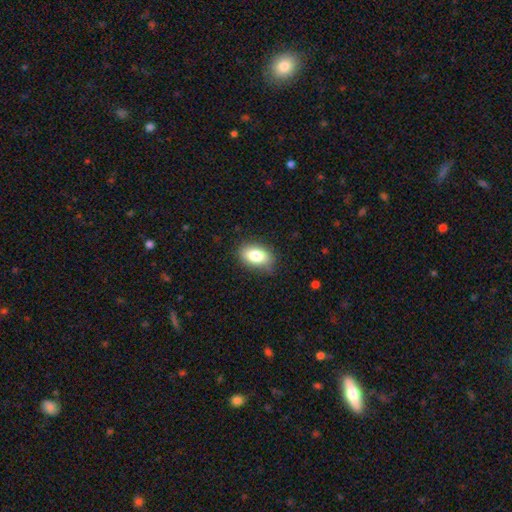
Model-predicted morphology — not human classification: A smooth galaxy with no disk features (82%) that is in between round and cigar-shaped (88%). Merging: none (82%).